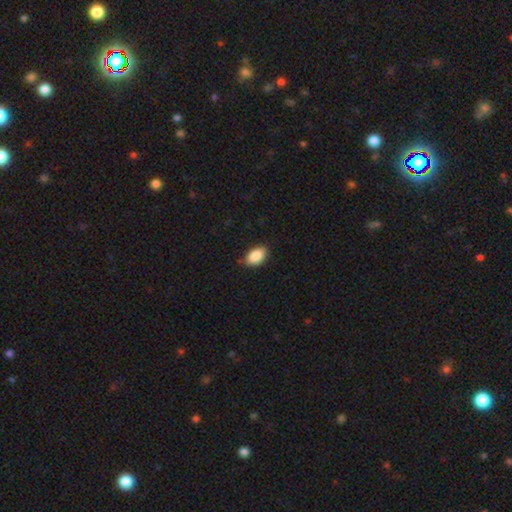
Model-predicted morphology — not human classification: type=smooth (88%); roundness=in between (92%); merging=none (83%).